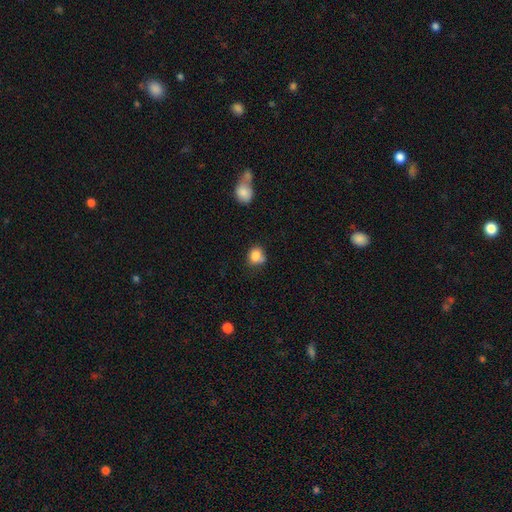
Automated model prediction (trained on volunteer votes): The model was most divided on "merging": none: 57%, minor disturbance: 24%, merger: 13%, major disturbance: 6%. More confident: smooth or featured — smooth (83%); how rounded — round (69%).